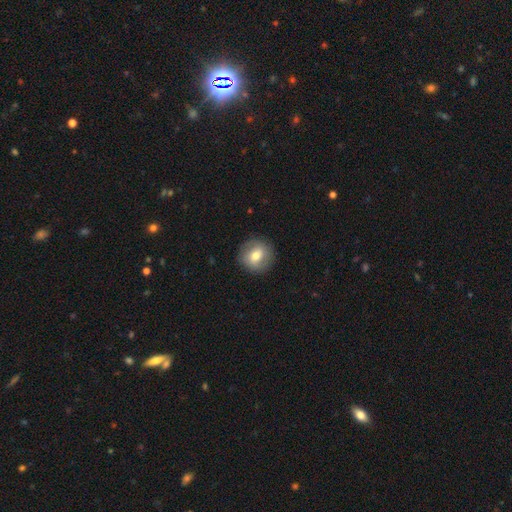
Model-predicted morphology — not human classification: A smooth galaxy with no disk features (63%) that is round (90%).

Vote fractions:
- Smooth or featured? smooth: 63% / featured or disk: 30% / star or artifact: 8%
- How rounded? round: 90% / in between: 9% / cigar-shaped: 1%
- Merging? none: 88% / minor disturbance: 8% / major disturbance: 3% / merger: 1%